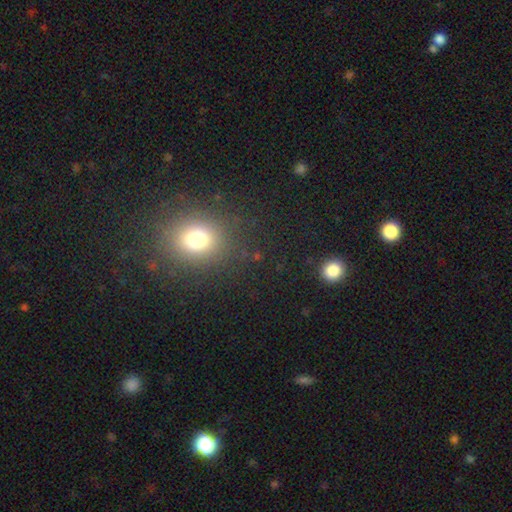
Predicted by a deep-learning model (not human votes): Overall: smooth (69%). How rounded: round (70%). Merging: none (88%).